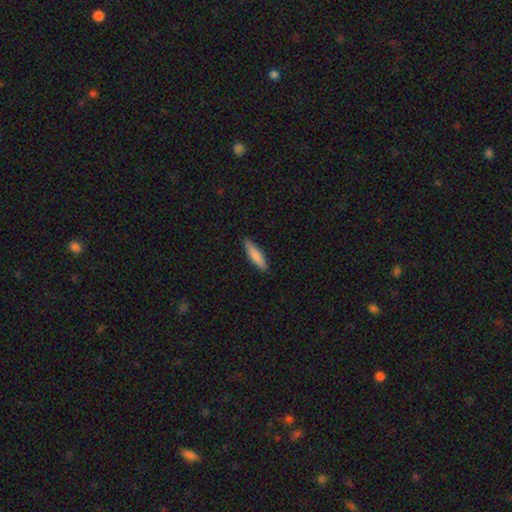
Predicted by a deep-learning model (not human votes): Smooth or featured?
  - smooth: 83% *
  - featured or disk: 12%
  - star or artifact: 5%
How rounded?
  - cigar-shaped: 77% *
  - in between: 22%
  - round: 1%
Merging?
  - none: 89% *
  - minor disturbance: 9%
  - major disturbance: 2%
  - merger: 1%